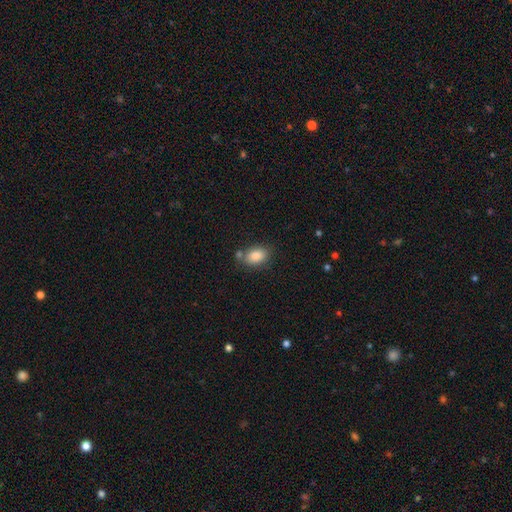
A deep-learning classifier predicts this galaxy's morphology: The model was most divided on "merging": none: 70%, minor disturbance: 15%, merger: 11%, major disturbance: 4%. More confident: smooth or featured — smooth (85%); how rounded — in between (81%).